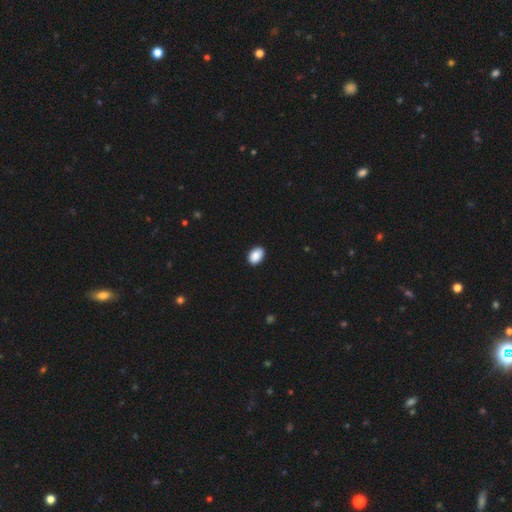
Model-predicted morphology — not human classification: Smooth or featured: smooth — 90% (star or artifact — 7%)
How rounded: in between — 87% (round — 12%)
Merging: none — 88% (minor disturbance — 10%)